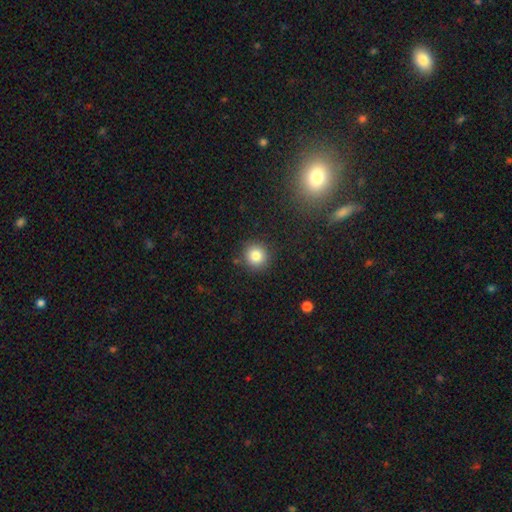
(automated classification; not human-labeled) Smooth or featured?
  - smooth: 83% *
  - star or artifact: 11%
  - featured or disk: 6%
How rounded?
  - round: 93% *
  - in between: 6%
  - cigar-shaped: 1%
Merging?
  - none: 88% *
  - minor disturbance: 7%
  - major disturbance: 3%
  - merger: 2%